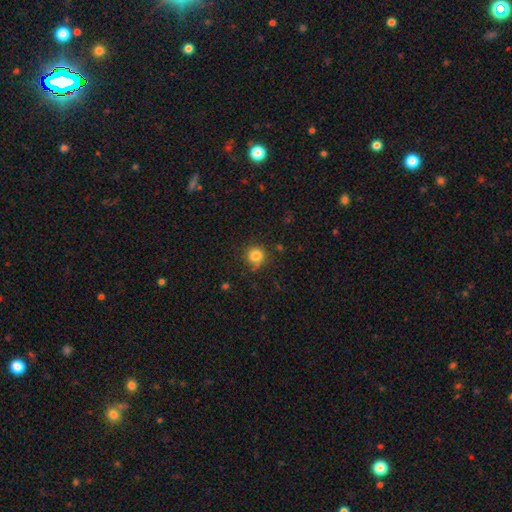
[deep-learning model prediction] The model was most divided on "merging": none: 83%, minor disturbance: 11%, major disturbance: 3%, merger: 2%. More confident: how rounded — round (93%); smooth or featured — smooth (84%).